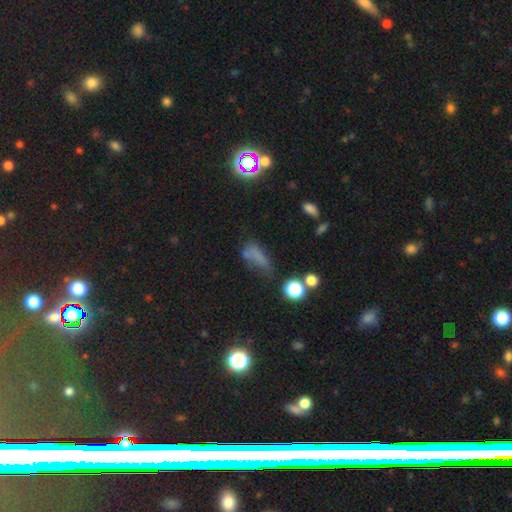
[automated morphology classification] Smooth or featured: smooth — 56% (star or artifact — 25%)
How rounded: in between — 61% (cigar-shaped — 27%)
Merging: none — 33% (major disturbance — 32%)